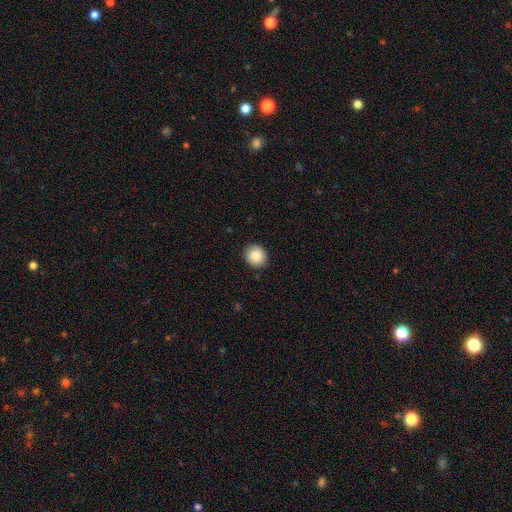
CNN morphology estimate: The model was most divided on "how rounded": round: 81%, in between: 18%, cigar-shaped: 1%. More confident: merging — none (90%); smooth or featured — smooth (87%).